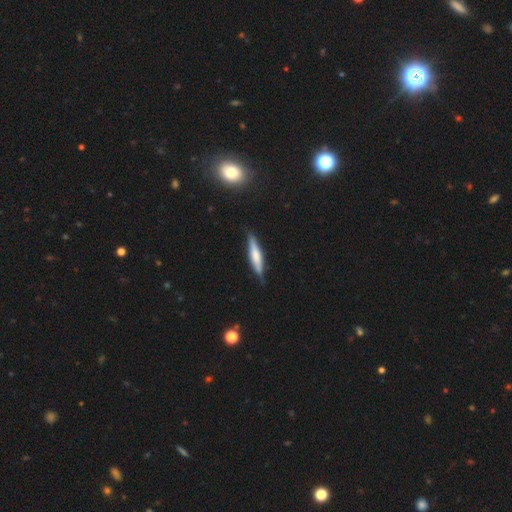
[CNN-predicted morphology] The model was most divided on "smooth or featured": featured or disk: 48%, smooth: 45%, star or artifact: 7%. More confident: merging — none (82%).